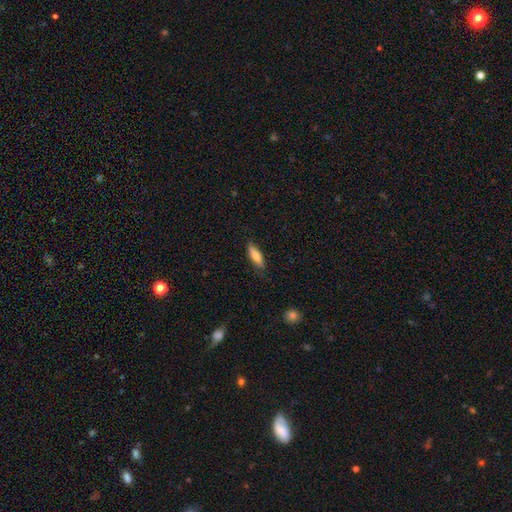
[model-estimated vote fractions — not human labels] smooth 74%, featured or disk 20%, star or artifact 6%. Down the decision tree: how rounded — cigar-shaped (57%); merging — none (77%).